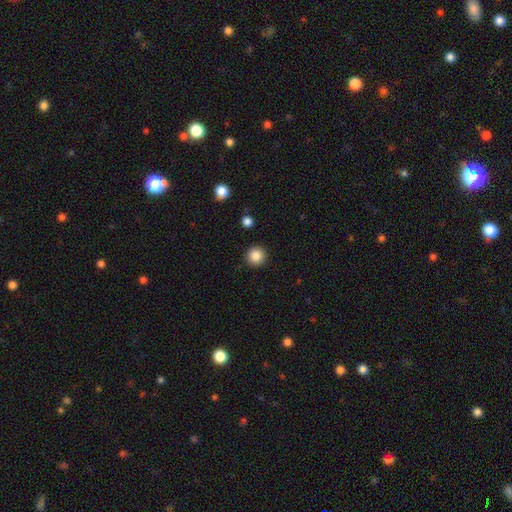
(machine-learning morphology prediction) Q: Smooth or featured?
A: smooth (85%); runner-up: star or artifact (10%)
Q: How rounded?
A: round (95%); runner-up: in between (4%)
Q: Merging?
A: none (92%); runner-up: minor disturbance (5%)